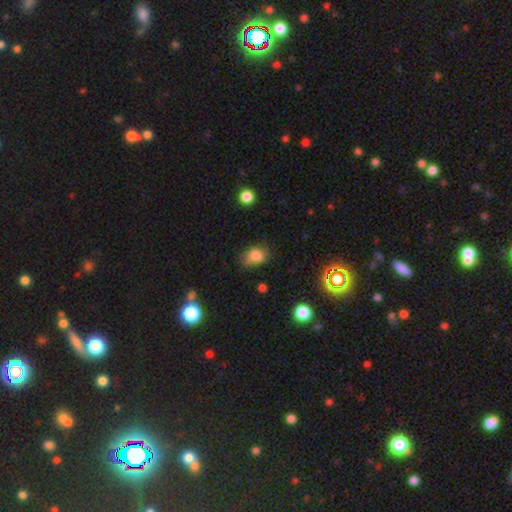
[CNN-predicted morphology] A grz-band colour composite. It shows a smooth galaxy with no disk features (81%) that is in between round and cigar-shaped (63%). Merging: none (62%).